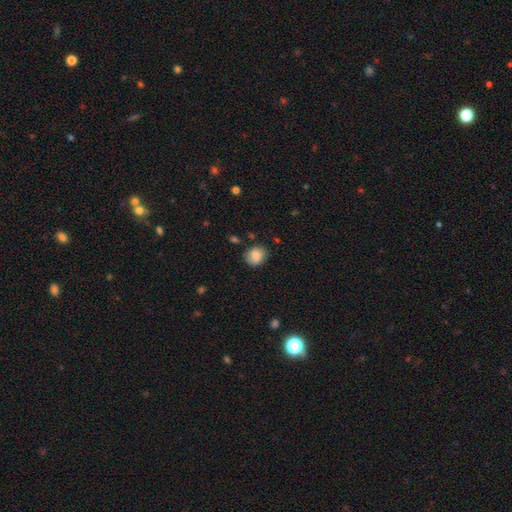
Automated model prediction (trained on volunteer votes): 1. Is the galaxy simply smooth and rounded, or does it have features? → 82% smooth, 10% featured or disk, 8% star or artifact.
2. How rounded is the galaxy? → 64% round, 35% in between, 1% cigar-shaped.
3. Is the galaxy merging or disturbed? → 73% none, 20% minor disturbance, 5% major disturbance, 3% merger.